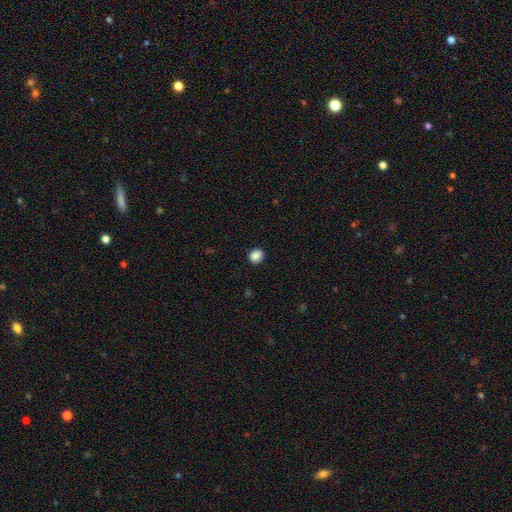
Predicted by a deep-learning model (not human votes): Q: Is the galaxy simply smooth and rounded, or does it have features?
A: smooth — 89%.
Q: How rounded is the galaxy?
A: round — 67%.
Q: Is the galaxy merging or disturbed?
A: none — 90%.